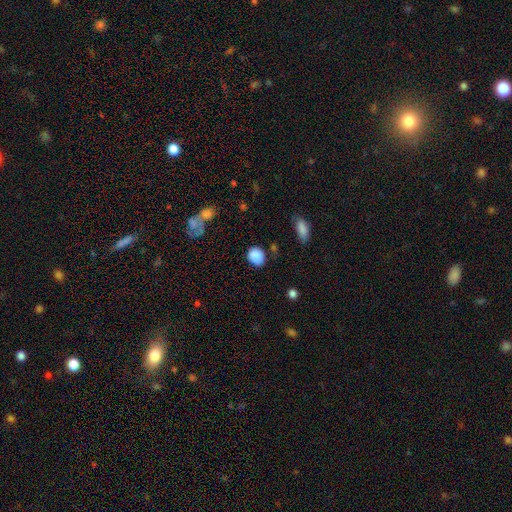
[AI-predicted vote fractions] The model was most divided on "how rounded": round: 56%, in between: 42%, cigar-shaped: 1%. More confident: smooth or featured — smooth (86%); merging — none (65%).